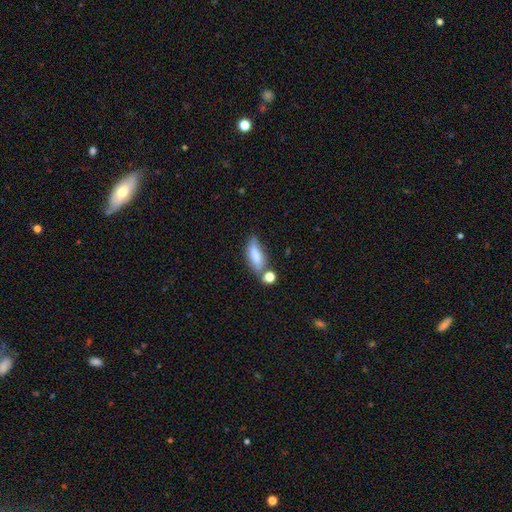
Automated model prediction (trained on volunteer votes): smooth-or-featured: smooth: 76% | featured or disk: 15% | star or artifact: 8%
  how-rounded: in between: 65% | cigar-shaped: 32% | round: 3%
  merging: none: 50% | minor disturbance: 24% | merger: 18% | major disturbance: 8%